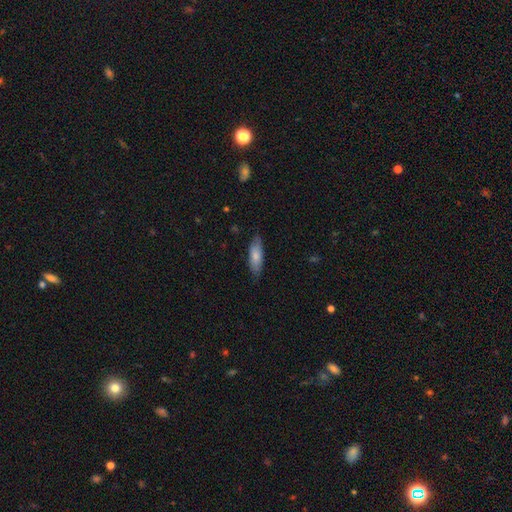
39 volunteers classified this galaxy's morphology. Volunteers were most divided on "how rounded": in between: 55%, cigar-shaped: 45%, round: 0%. More confident: merging — none (76%); smooth or featured — smooth (74%).